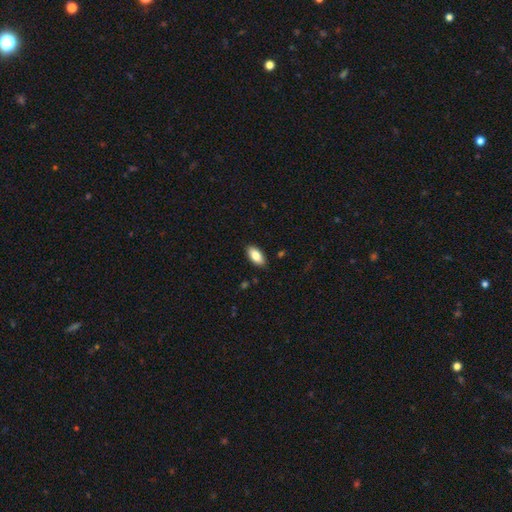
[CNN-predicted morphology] A smooth galaxy with no disk features (84%) that is in between round and cigar-shaped (92%).

Vote fractions:
- Smooth or featured? smooth: 84% / featured or disk: 9% / star or artifact: 6%
- How rounded? in between: 92% / cigar-shaped: 6% / round: 2%
- Merging? none: 89% / minor disturbance: 8% / major disturbance: 2% / merger: 1%